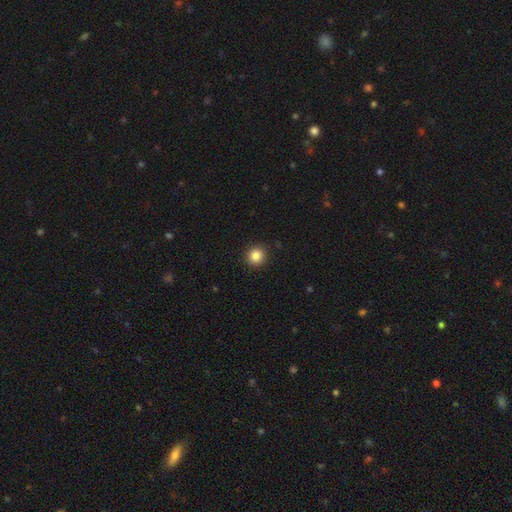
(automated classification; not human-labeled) Smooth or featured? Predicted: smooth (p=0.86). How rounded? Predicted: round (p=0.92). Merging? Predicted: none (p=0.90).